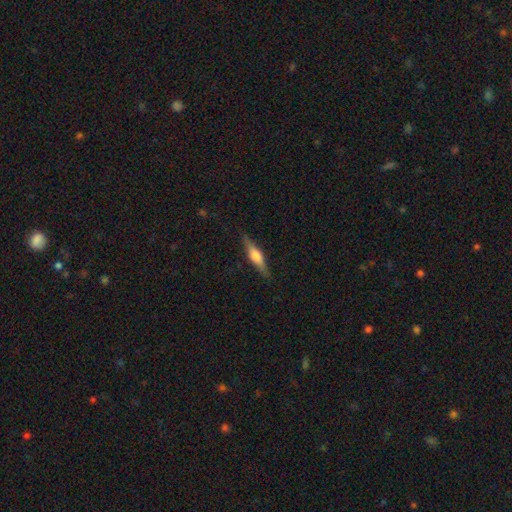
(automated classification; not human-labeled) A featured or disk galaxy (64%) viewed edge-on (97%) with a rounded central bulge (82%). Merging: none (88%).